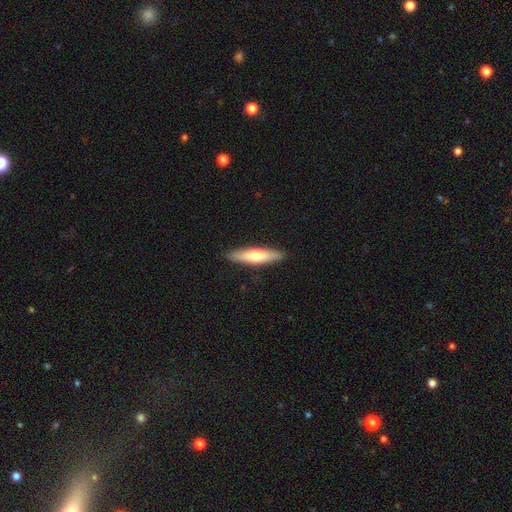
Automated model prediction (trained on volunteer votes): smooth 60%, featured or disk 35%, star or artifact 5%. Down the decision tree: how rounded — cigar-shaped (79%); merging — none (90%).